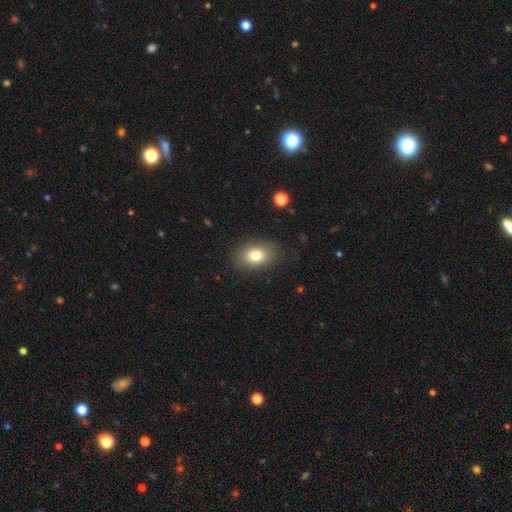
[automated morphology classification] A smooth galaxy with no disk features (79%) that is in between round and cigar-shaped (75%).

Vote fractions:
- Smooth or featured? smooth: 79% / featured or disk: 11% / star or artifact: 10%
- How rounded? in between: 75% / round: 24% / cigar-shaped: 1%
- Merging? none: 84% / minor disturbance: 11% / major disturbance: 4% / merger: 1%